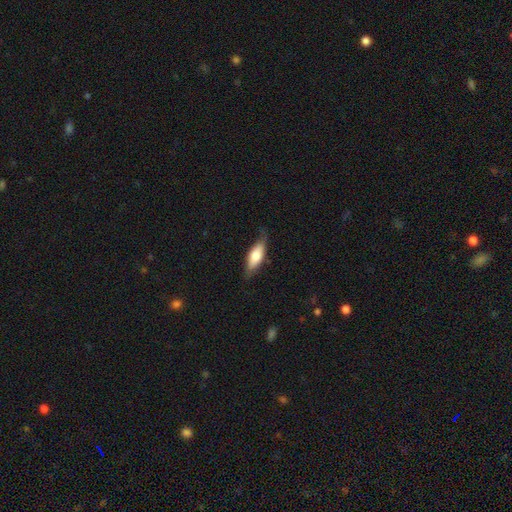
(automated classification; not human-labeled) A smooth galaxy with no disk features (67%) that is in between round and cigar-shaped (66%).

Vote fractions:
- Smooth or featured? smooth: 67% / featured or disk: 27% / star or artifact: 6%
- How rounded? in between: 66% / cigar-shaped: 32% / round: 2%
- Merging? none: 70% / minor disturbance: 24% / major disturbance: 5% / merger: 1%